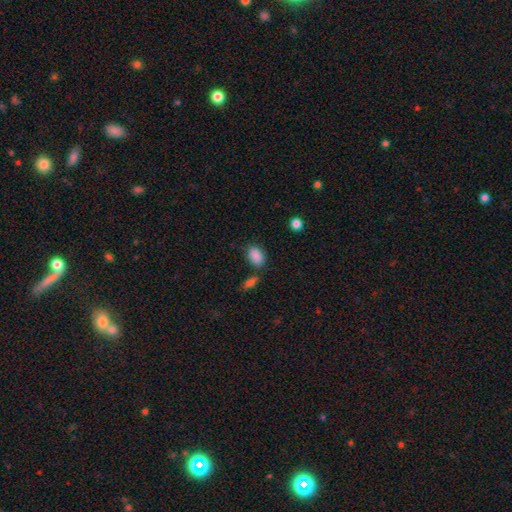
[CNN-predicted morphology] Overall: smooth (88%). How rounded: in between (87%). Merging: none (70%).